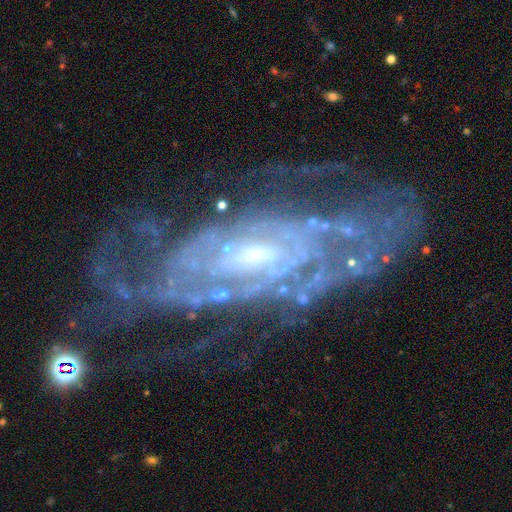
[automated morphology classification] featured or disk 88%, star or artifact 7%, smooth 6%. Down the decision tree: edge-on disk — no (92%); bar — no (42%); spiral arms — yes (93%); spiral arm count — can't tell (45%); spiral winding — tight (69%); bulge size — small (61%); merging — none (66%).